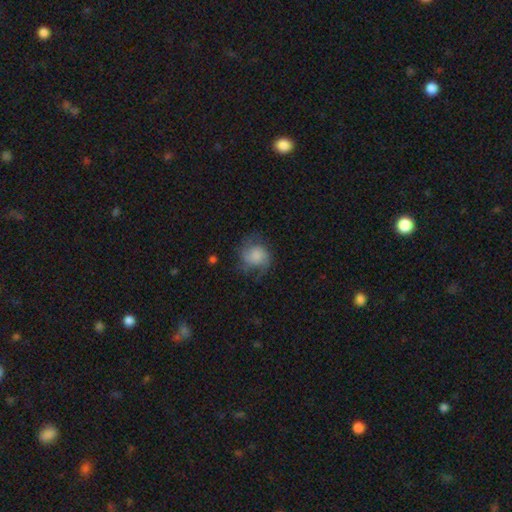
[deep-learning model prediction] smooth 46%, featured or disk 44%, star or artifact 10%. Down the decision tree: merging — none (59%).